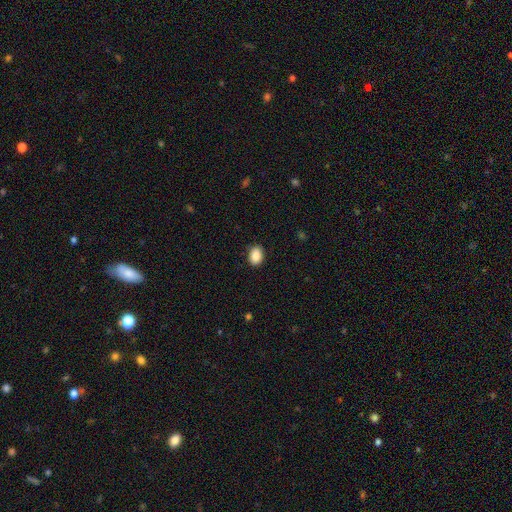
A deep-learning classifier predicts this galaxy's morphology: Smooth or featured? smooth (90%)
How rounded? in between (77%)
Merging? none (87%)